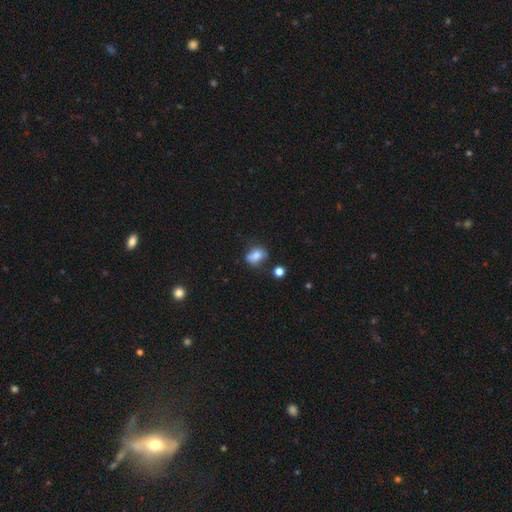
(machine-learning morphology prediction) The model was most divided on "merging": none: 53%, minor disturbance: 28%, merger: 10%, major disturbance: 9%. More confident: smooth or featured — smooth (73%); how rounded — in between (63%).